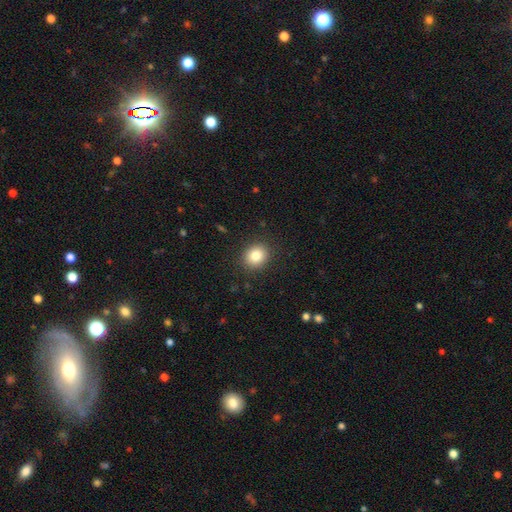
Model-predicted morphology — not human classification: smooth_or_featured: smooth (p=0.83) [alt: star or artifact p=0.10]
how_rounded: round (p=0.72) [alt: in between p=0.27]
merging: none (p=0.89) [alt: minor disturbance p=0.07]